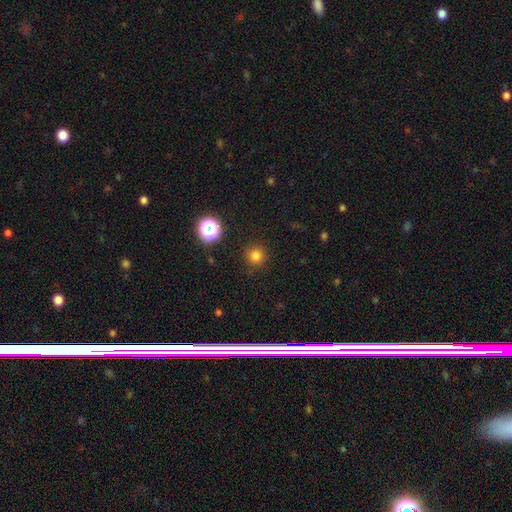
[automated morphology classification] smooth-or-featured: smooth: 79% | star or artifact: 16% | featured or disk: 5%
  how-rounded: round: 95% | in between: 4% | cigar-shaped: 1%
  merging: none: 90% | minor disturbance: 6% | major disturbance: 2% | merger: 1%